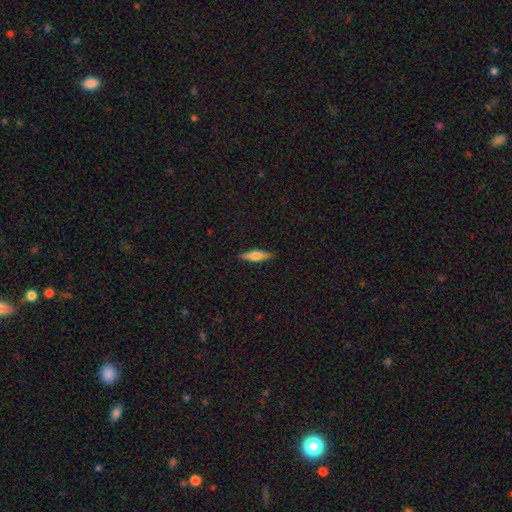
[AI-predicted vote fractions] featured or disk 50%, smooth 43%, star or artifact 7%. Down the decision tree: edge-on disk — yes (96%); merging — none (90%).